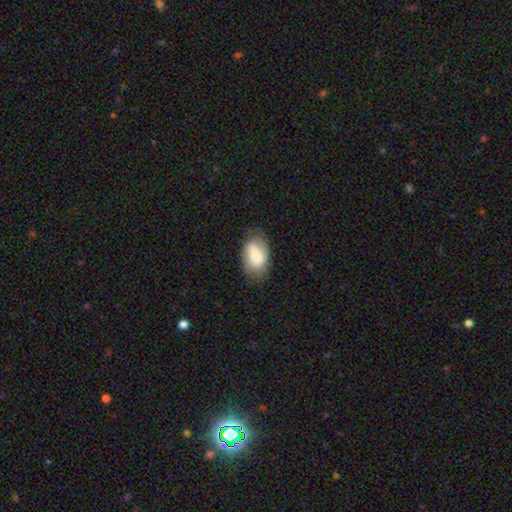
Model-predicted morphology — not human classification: Overall: smooth (69%). How rounded: in between (90%). Merging: none (70%).